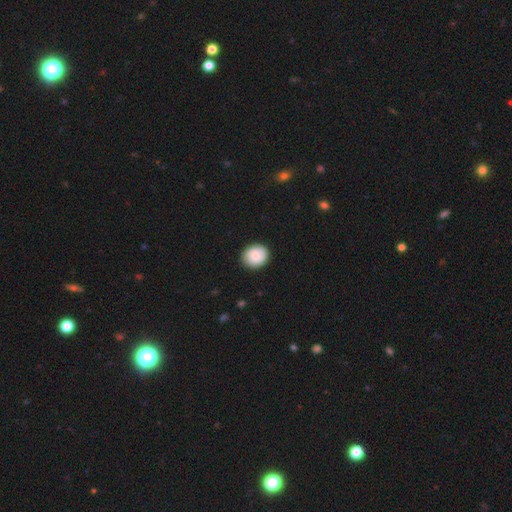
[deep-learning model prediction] Morphology: type=smooth (83%); roundness=round (76%); merging=none (89%).